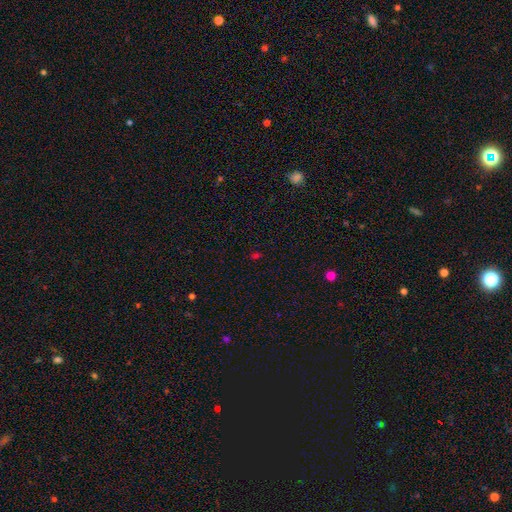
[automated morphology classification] Q: Smooth or featured?
A: star or artifact (53%); runner-up: smooth (40%)